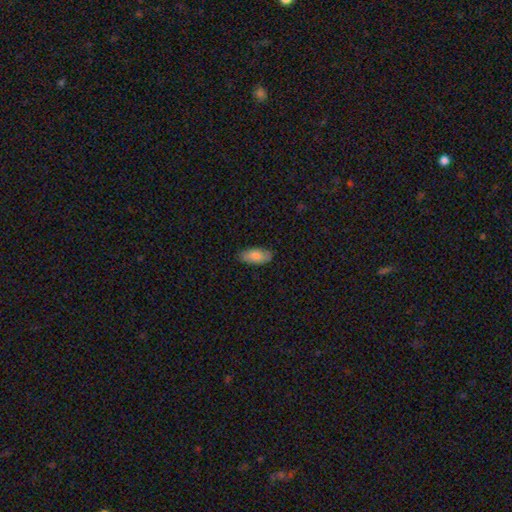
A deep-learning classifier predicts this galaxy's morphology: Smooth or featured?
  - smooth: 80% *
  - featured or disk: 14%
  - star or artifact: 6%
How rounded?
  - in between: 89% *
  - cigar-shaped: 9%
  - round: 2%
Merging?
  - none: 83% *
  - minor disturbance: 14%
  - major disturbance: 2%
  - merger: 1%